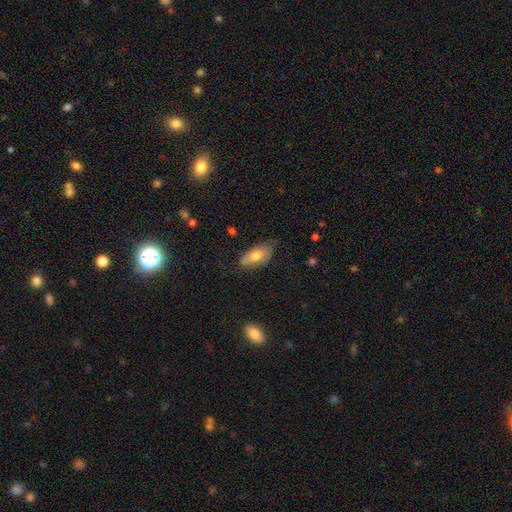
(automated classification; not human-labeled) Smooth or featured?
  - smooth: 68% *
  - featured or disk: 25%
  - star or artifact: 7%
How rounded?
  - in between: 90% *
  - cigar-shaped: 7%
  - round: 4%
Merging?
  - none: 67% *
  - minor disturbance: 25%
  - major disturbance: 6%
  - merger: 2%